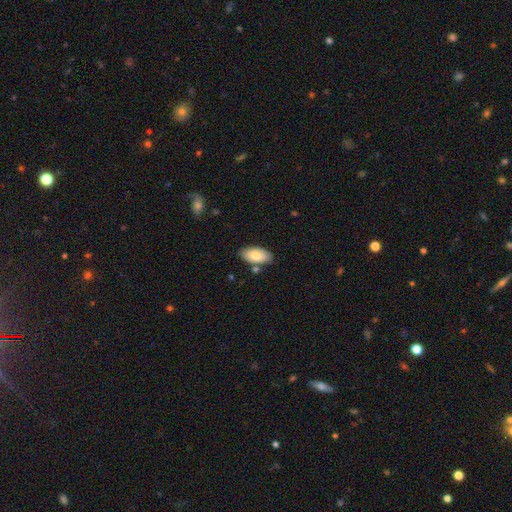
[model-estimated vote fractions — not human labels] Overall: smooth (80%). How rounded: in between (94%). Merging: none (77%).